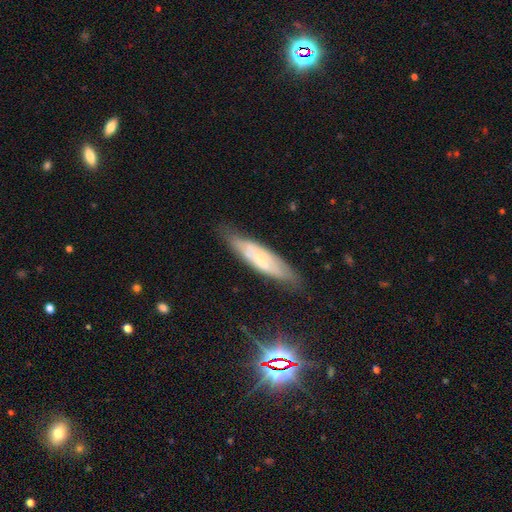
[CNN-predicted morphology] type=featured or disk (53%); edge-on=no (51%); merging=none (77%).